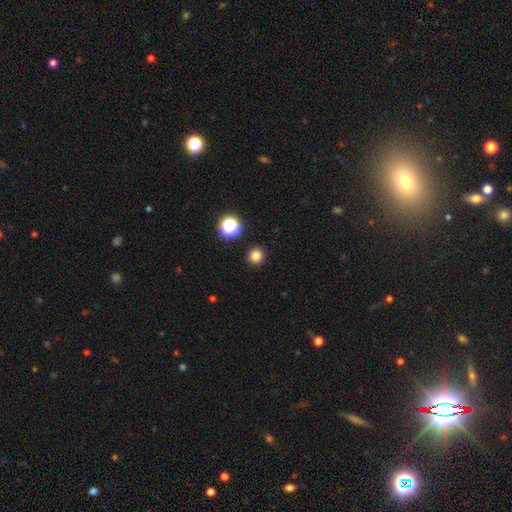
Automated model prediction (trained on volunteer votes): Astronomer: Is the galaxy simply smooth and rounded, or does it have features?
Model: smooth — 81%.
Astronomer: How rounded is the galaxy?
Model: round — 94%.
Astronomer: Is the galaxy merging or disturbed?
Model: none — 92%.